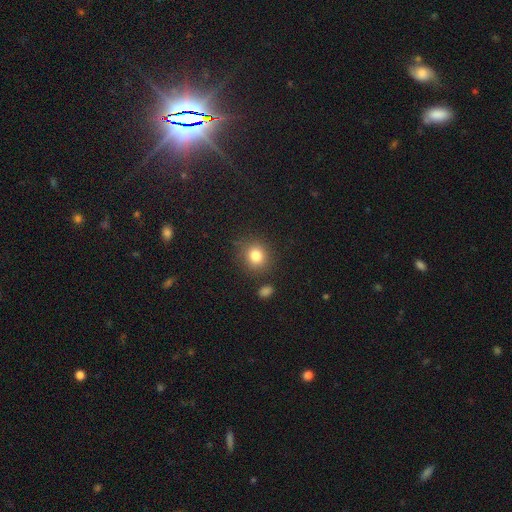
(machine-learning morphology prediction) This is clearly a smooth galaxy (82%). How rounded: clearly round (83%). Merging: clearly none (83%).